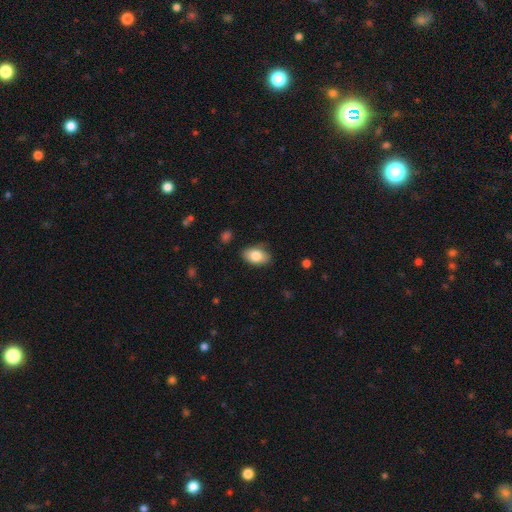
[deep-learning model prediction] Q: Smooth or featured?
A: smooth (82%); runner-up: featured or disk (11%)
Q: How rounded?
A: in between (91%); runner-up: round (7%)
Q: Merging?
A: none (79%); runner-up: minor disturbance (17%)